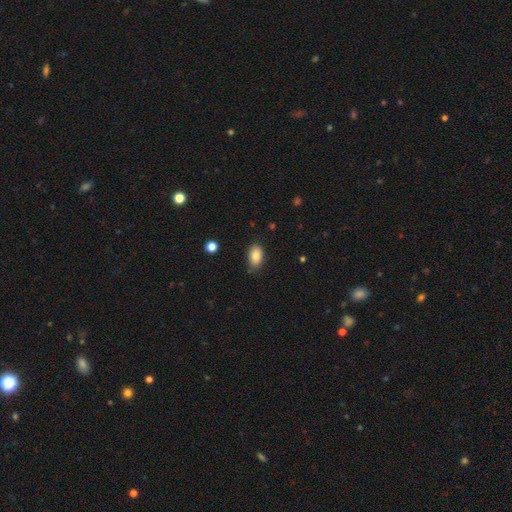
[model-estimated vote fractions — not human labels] Smooth or featured?
  - smooth: 84% *
  - featured or disk: 8%
  - star or artifact: 8%
How rounded?
  - in between: 92% *
  - round: 7%
  - cigar-shaped: 2%
Merging?
  - none: 72% *
  - minor disturbance: 23%
  - major disturbance: 3%
  - merger: 2%